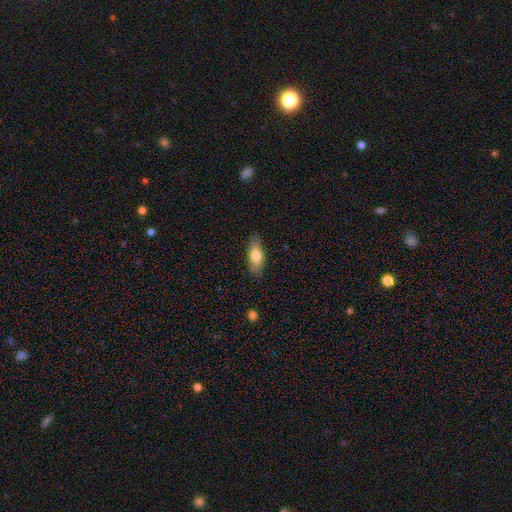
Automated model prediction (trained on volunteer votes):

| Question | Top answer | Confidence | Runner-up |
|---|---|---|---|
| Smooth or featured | smooth | 76% | featured or disk (18%) |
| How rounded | in between | 76% | cigar-shaped (21%) |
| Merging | none | 81% | minor disturbance (15%) |